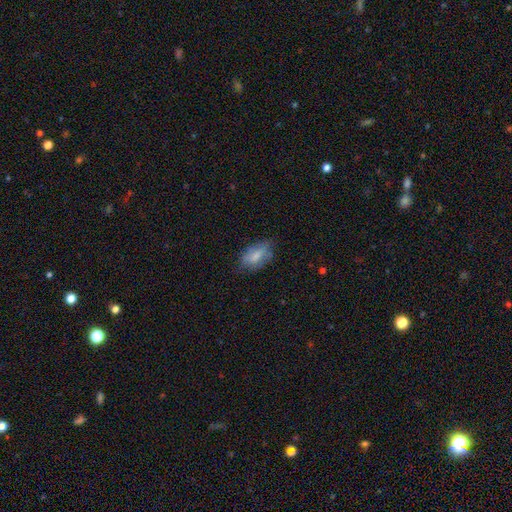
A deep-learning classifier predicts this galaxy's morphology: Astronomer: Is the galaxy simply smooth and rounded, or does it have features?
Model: smooth — 74%.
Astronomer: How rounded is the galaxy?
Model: in between — 89%.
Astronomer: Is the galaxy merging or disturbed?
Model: none — 64%.